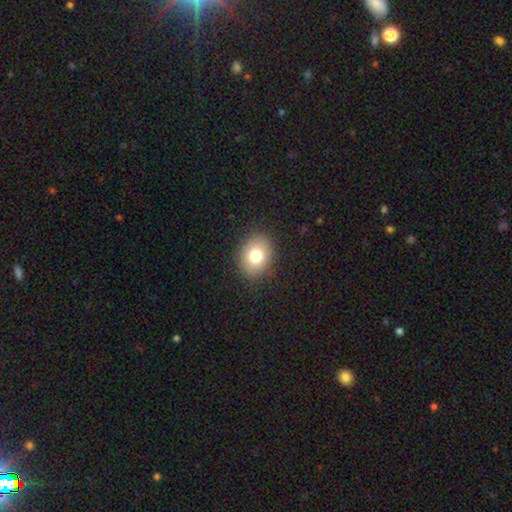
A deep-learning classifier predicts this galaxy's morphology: Overall: smooth (78%). How rounded: in between (55%; round 44%). Merging: none (88%).